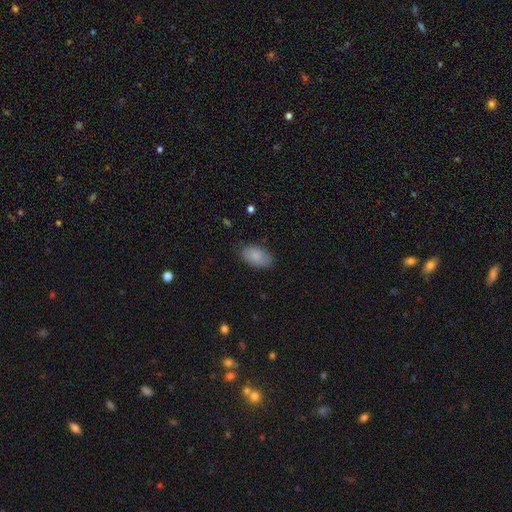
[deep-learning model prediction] Smooth or featured?
  - smooth: 85% *
  - featured or disk: 8%
  - star or artifact: 7%
How rounded?
  - in between: 93% *
  - round: 5%
  - cigar-shaped: 1%
Merging?
  - none: 81% *
  - minor disturbance: 15%
  - major disturbance: 3%
  - merger: 1%